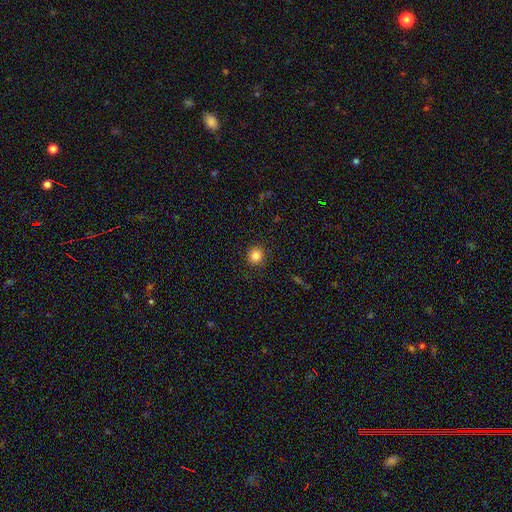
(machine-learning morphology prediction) Smooth or featured? Predicted: smooth (p=0.84). How rounded? Predicted: round (p=0.92). Merging? Predicted: none (p=0.91).